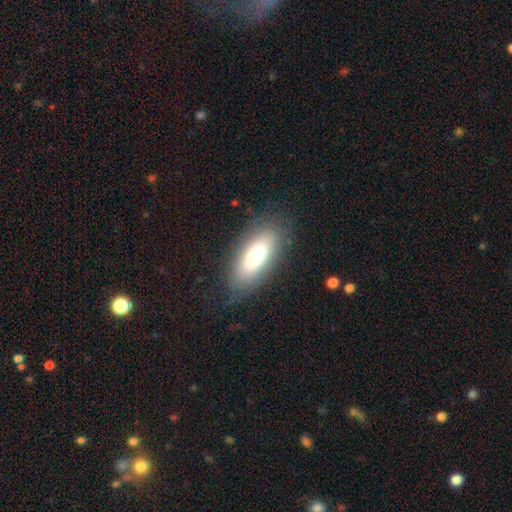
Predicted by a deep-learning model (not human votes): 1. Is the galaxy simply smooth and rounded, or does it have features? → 74% smooth, 18% featured or disk, 8% star or artifact.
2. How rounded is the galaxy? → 81% in between, 16% cigar-shaped, 3% round.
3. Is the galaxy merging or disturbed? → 78% none, 14% minor disturbance, 6% major disturbance, 1% merger.